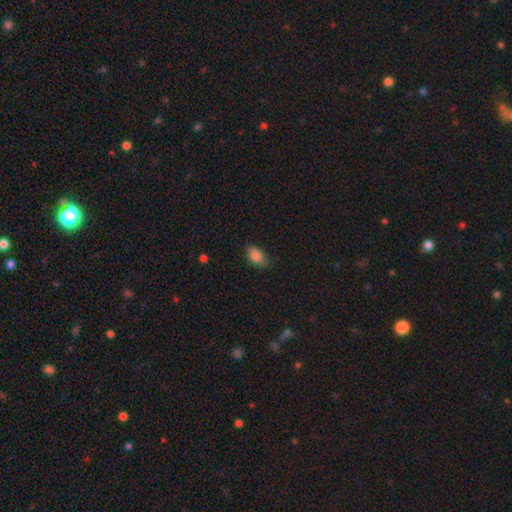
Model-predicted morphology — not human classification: smooth_or_featured: smooth (p=0.86) [alt: star or artifact p=0.09]
how_rounded: in between (p=0.89) [alt: round p=0.09]
merging: none (p=0.77) [alt: minor disturbance p=0.18]